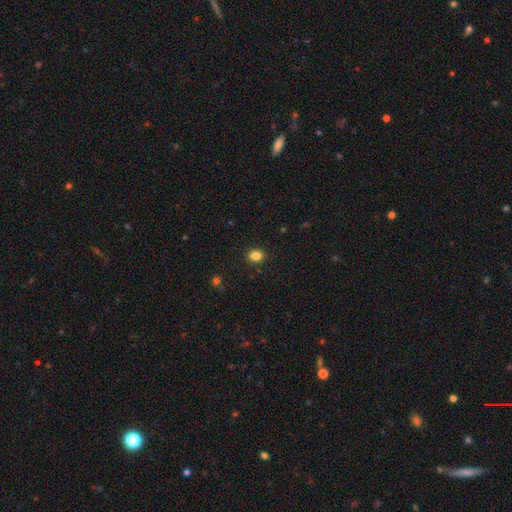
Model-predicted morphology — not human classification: smooth 85%, star or artifact 11%, featured or disk 4%. Down the decision tree: how rounded — round (54%); merging — none (89%).